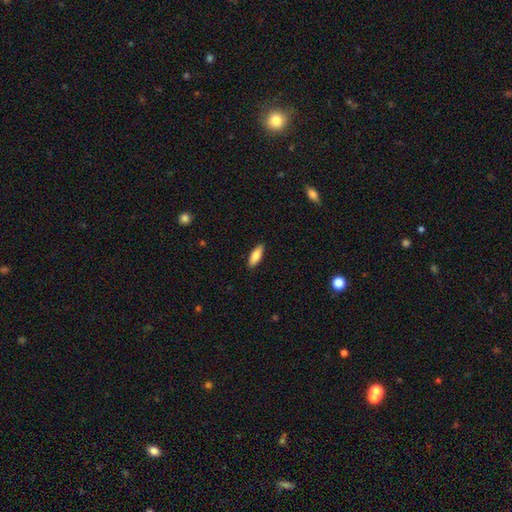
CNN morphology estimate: Q: Smooth or featured?
A: smooth (82%); runner-up: featured or disk (12%)
Q: How rounded?
A: in between (67%); runner-up: cigar-shaped (31%)
Q: Merging?
A: none (89%); runner-up: minor disturbance (8%)